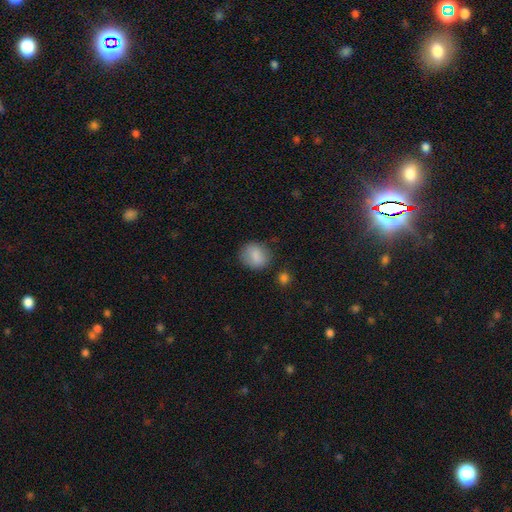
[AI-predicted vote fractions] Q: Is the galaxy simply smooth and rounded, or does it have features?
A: smooth — 83%.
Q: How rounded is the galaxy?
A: round — 66%.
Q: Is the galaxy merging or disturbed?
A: none — 75%.